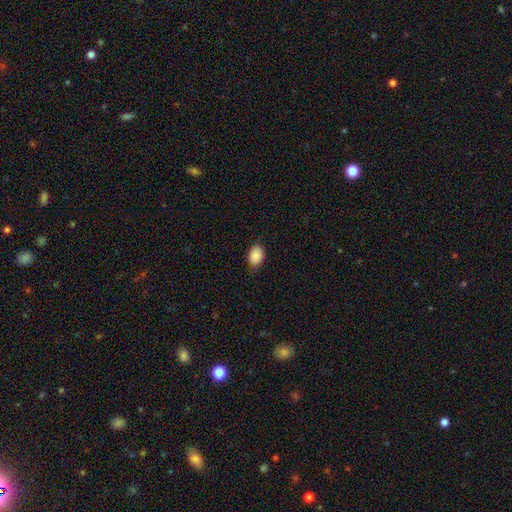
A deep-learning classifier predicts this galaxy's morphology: Smooth or featured? smooth (90%)
How rounded? in between (79%)
Merging? none (83%)